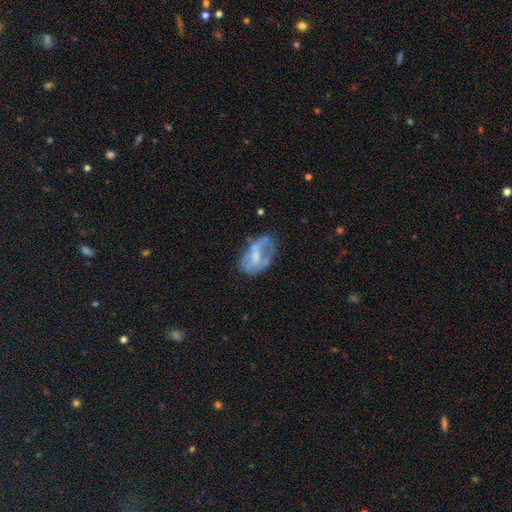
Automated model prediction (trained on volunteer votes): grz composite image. It shows a featured or disk galaxy (54%) with no bar (63%), no spiral arms (71%) and a moderate central bulge (39%). Merging: none (41%).